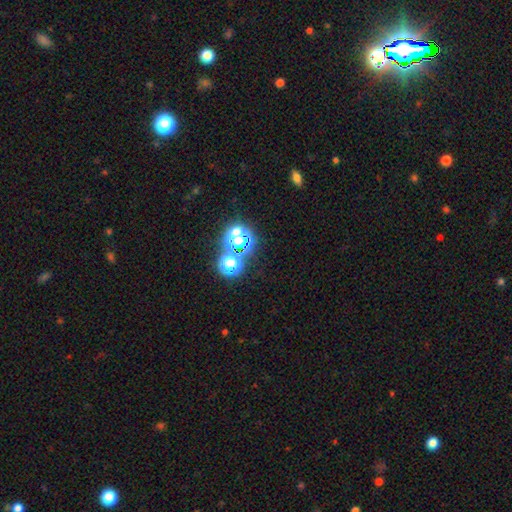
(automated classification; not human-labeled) Morphology: type=star or artifact (71%).